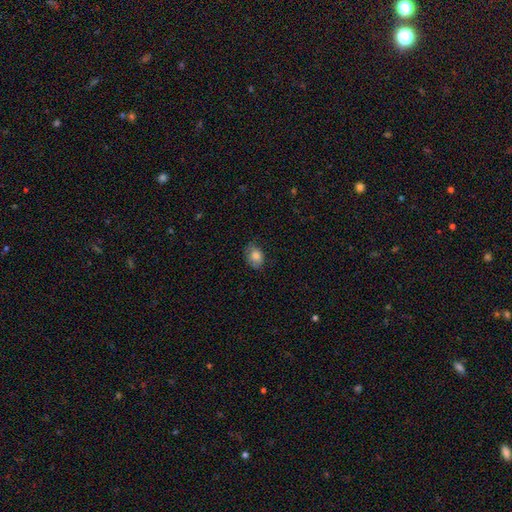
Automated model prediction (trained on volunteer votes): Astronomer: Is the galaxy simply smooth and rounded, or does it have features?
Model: smooth — 82%.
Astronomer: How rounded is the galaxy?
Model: in between — 70%.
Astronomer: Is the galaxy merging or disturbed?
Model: none — 71%.